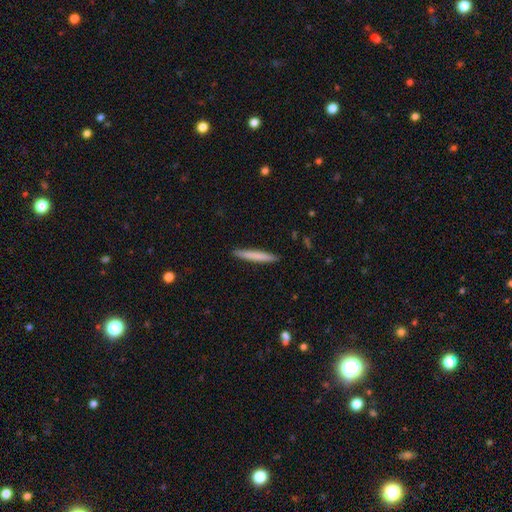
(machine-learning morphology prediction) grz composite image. It shows a smooth galaxy with no disk features (75%) that is cigar-shaped (96%). Merging: none (91%).